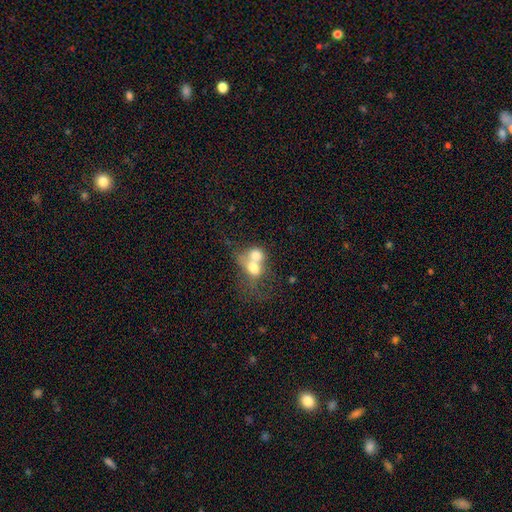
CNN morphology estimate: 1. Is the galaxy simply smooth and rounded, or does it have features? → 65% smooth, 25% featured or disk, 10% star or artifact.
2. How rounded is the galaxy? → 50% in between, 48% round, 2% cigar-shaped.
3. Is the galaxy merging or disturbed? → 76% merger, 12% none, 7% major disturbance, 5% minor disturbance.